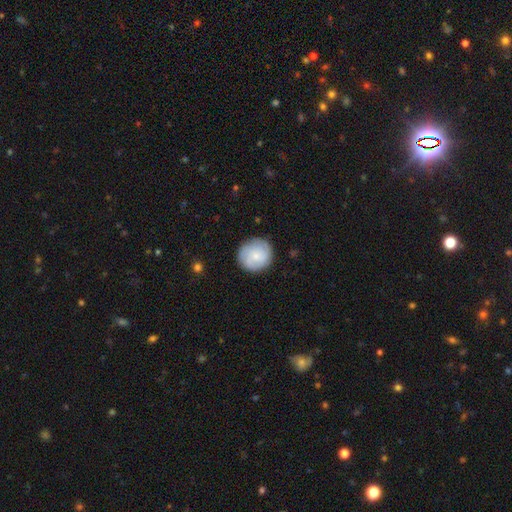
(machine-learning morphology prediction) smooth_or_featured: smooth (p=0.58) [alt: featured or disk p=0.35]
how_rounded: round (p=0.90) [alt: in between p=0.09]
merging: none (p=0.85) [alt: minor disturbance p=0.11]